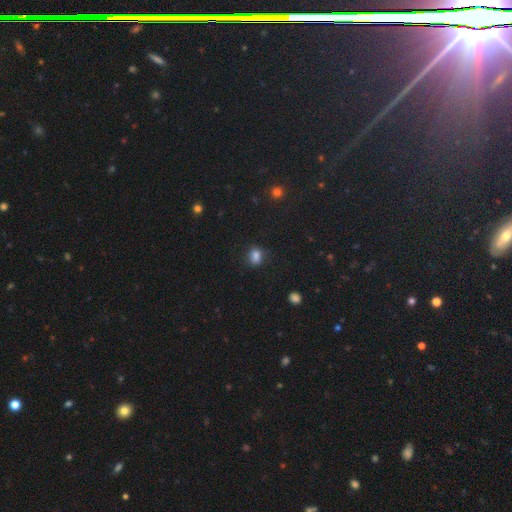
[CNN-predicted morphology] smooth-or-featured: smooth: 81% | star or artifact: 13% | featured or disk: 6%
  how-rounded: in between: 60% | round: 38% | cigar-shaped: 2%
  merging: none: 70% | minor disturbance: 20% | major disturbance: 6% | merger: 4%